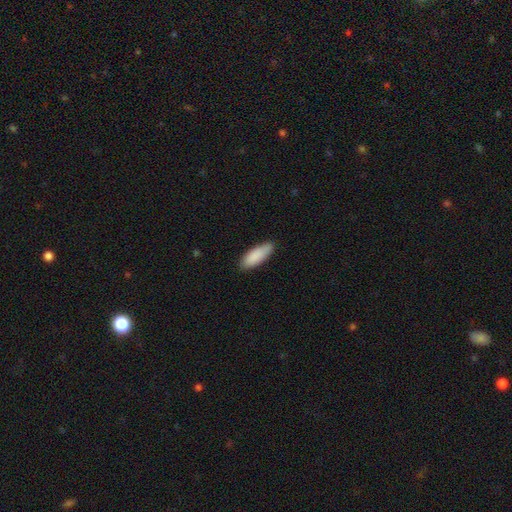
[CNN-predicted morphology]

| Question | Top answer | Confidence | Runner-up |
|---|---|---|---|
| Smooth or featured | smooth | 89% | featured or disk (6%) |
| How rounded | in between | 66% | cigar-shaped (33%) |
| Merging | none | 83% | minor disturbance (14%) |